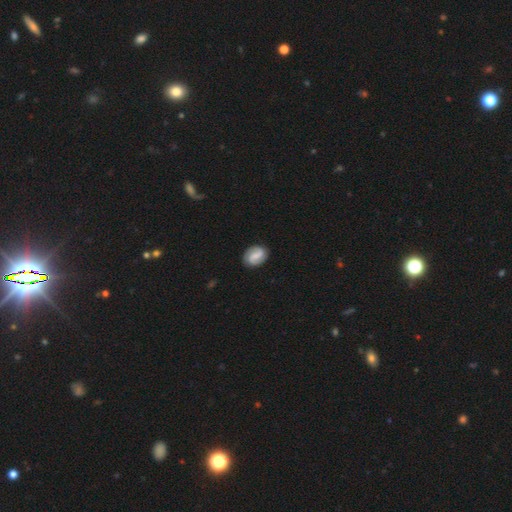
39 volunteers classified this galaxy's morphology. type=featured or disk (67%); edge-on=no (96%); bar=weak (44%); spiral arms=yes (88%); winding=loose (55%); arm count=2 (91%); bulge=none (48%); merging=none (79%).